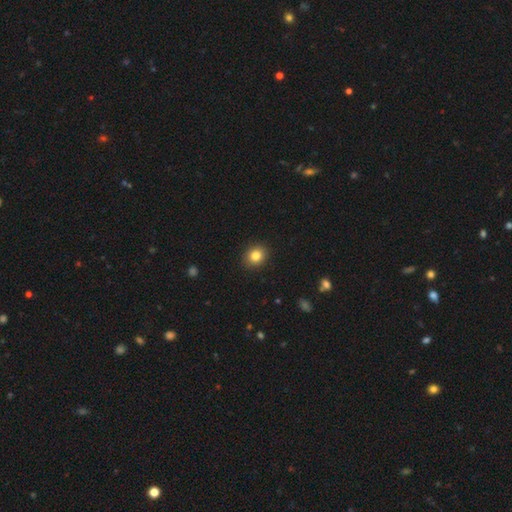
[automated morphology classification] Q: Smooth or featured?
A: smooth (83%); runner-up: star or artifact (10%)
Q: How rounded?
A: round (66%); runner-up: in between (33%)
Q: Merging?
A: none (91%); runner-up: minor disturbance (7%)